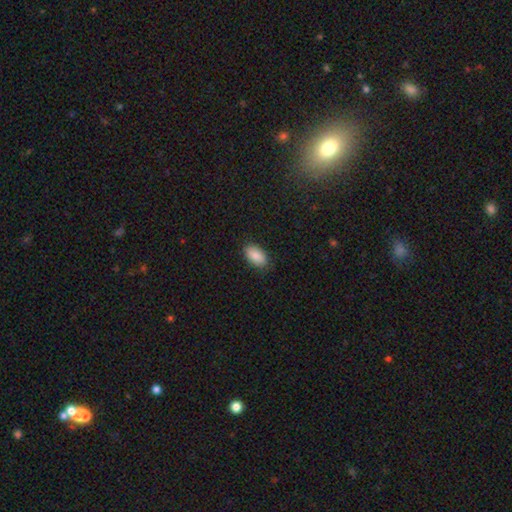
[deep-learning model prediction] Q: Smooth or featured?
A: smooth (86%); runner-up: featured or disk (7%)
Q: How rounded?
A: in between (93%); runner-up: round (5%)
Q: Merging?
A: none (86%); runner-up: minor disturbance (11%)